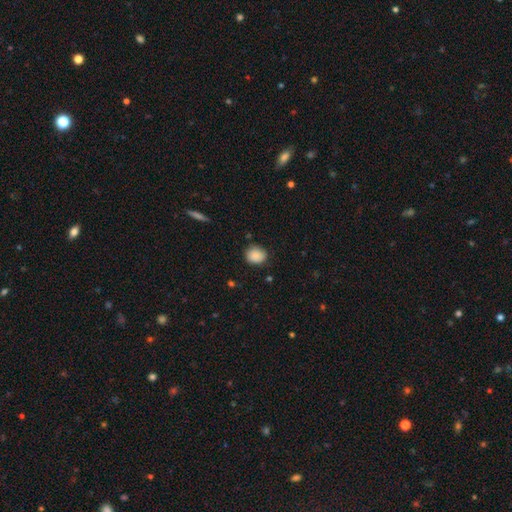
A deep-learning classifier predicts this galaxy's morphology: Smooth or featured? smooth (87%)
How rounded? round (67%)
Merging? none (78%)